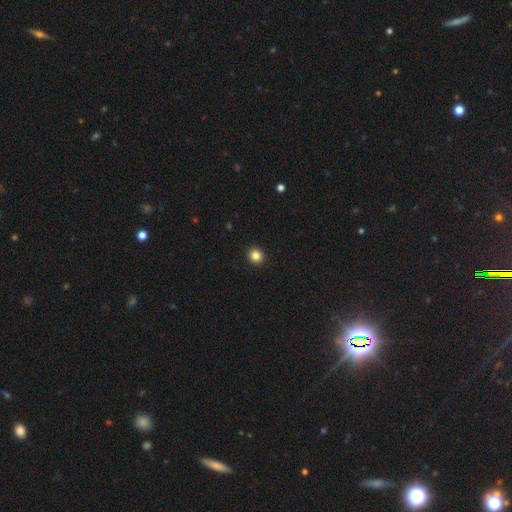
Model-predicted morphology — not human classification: A smooth galaxy with no disk features (85%) that is round (88%). Merging: none (93%).